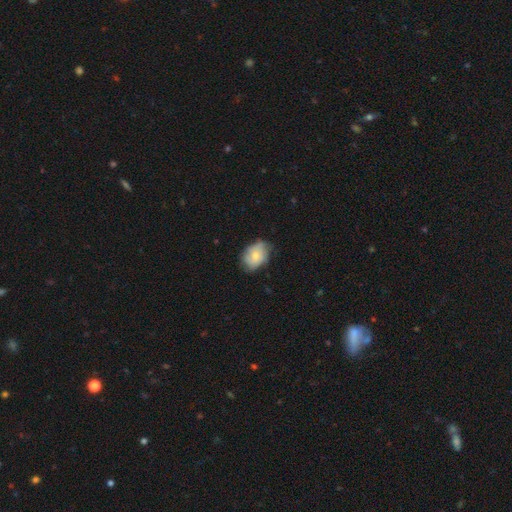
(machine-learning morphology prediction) The model was most divided on "smooth or featured": smooth: 61%, featured or disk: 32%, star or artifact: 7%. More confident: how rounded — in between (70%); merging — none (61%).